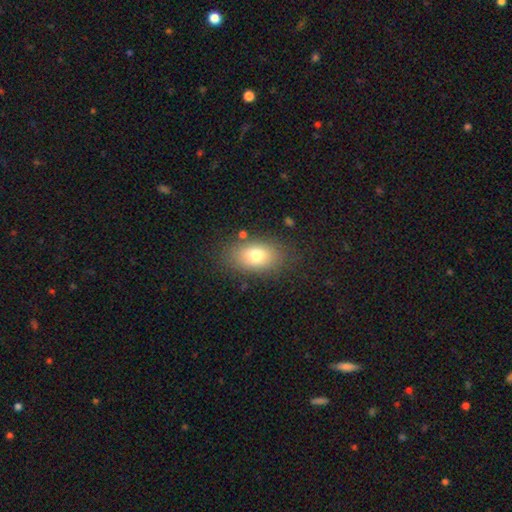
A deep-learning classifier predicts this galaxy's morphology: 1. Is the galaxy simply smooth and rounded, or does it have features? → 75% smooth, 15% featured or disk, 10% star or artifact.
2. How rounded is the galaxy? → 82% in between, 16% round, 2% cigar-shaped.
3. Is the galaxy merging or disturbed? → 80% none, 12% minor disturbance, 5% major disturbance, 2% merger.